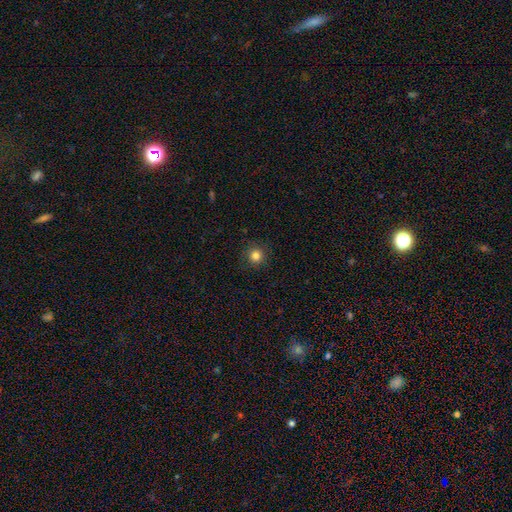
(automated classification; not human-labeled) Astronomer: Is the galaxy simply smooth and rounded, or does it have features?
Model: smooth — 82%.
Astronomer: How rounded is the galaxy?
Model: round — 95%.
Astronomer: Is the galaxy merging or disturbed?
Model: none — 90%.